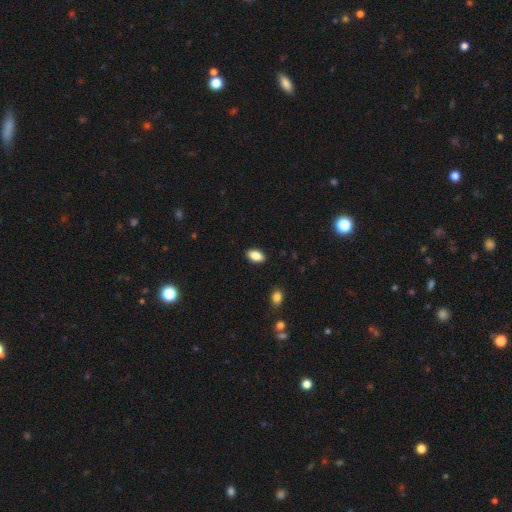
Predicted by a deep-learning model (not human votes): The model was most divided on "smooth or featured": smooth: 86%, star or artifact: 8%, featured or disk: 7%. More confident: how rounded — in between (92%); merging — none (89%).